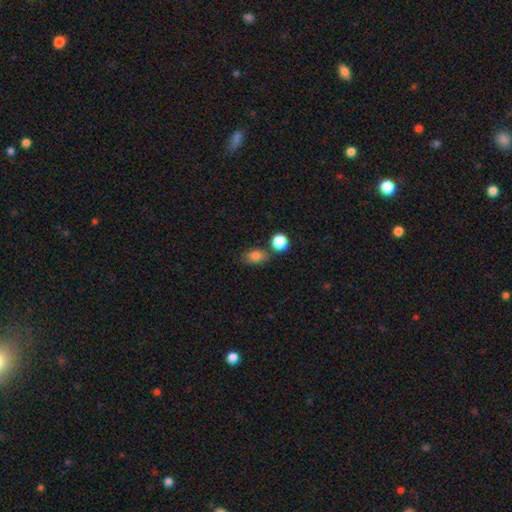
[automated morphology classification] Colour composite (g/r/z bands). It shows a smooth galaxy with no disk features (82%) that is in between round and cigar-shaped (75%). Merging: none (68%).